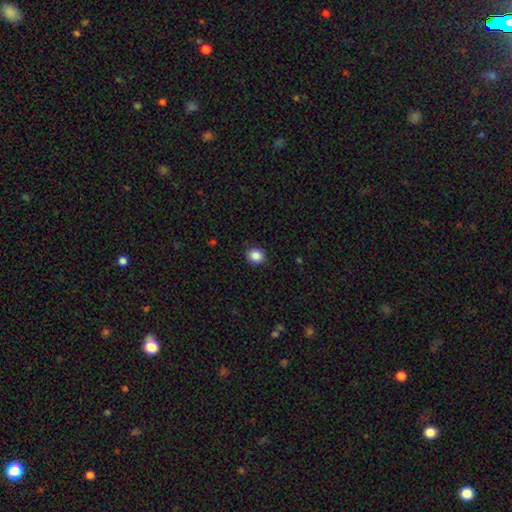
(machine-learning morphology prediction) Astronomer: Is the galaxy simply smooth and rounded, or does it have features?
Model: smooth — 87%.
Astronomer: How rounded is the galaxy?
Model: round — 81%.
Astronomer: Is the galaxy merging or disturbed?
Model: none — 88%.